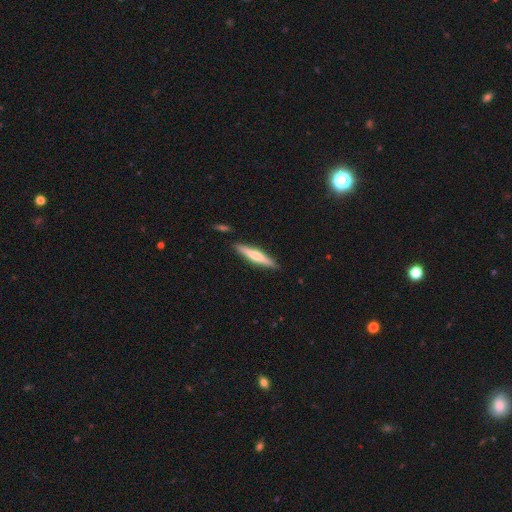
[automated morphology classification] The model was most divided on "smooth or featured": smooth: 51%, featured or disk: 43%, star or artifact: 5%. More confident: how rounded — cigar-shaped (90%); merging — none (88%).